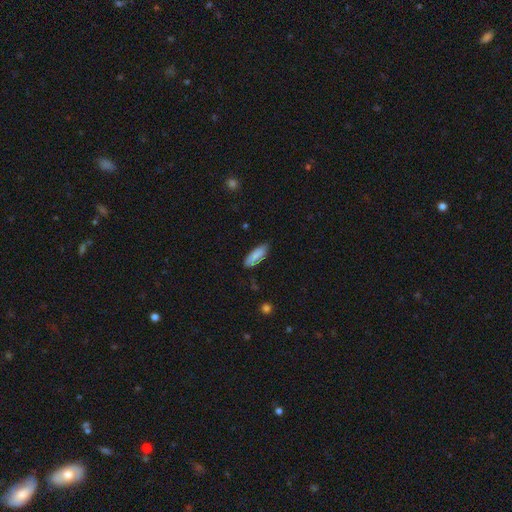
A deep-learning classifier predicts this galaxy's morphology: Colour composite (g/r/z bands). It shows a smooth galaxy with no disk features (84%) that is in between round and cigar-shaped (70%). Merging: none (74%).